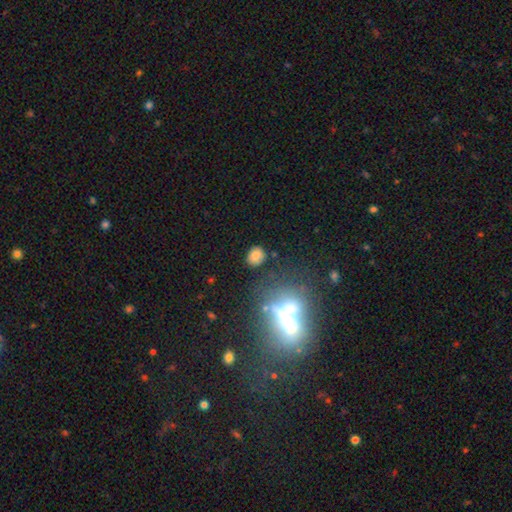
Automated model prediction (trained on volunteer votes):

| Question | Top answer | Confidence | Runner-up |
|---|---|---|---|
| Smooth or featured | smooth | 76% | star or artifact (13%) |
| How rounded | round | 60% | in between (38%) |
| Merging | none | 79% | minor disturbance (12%) |